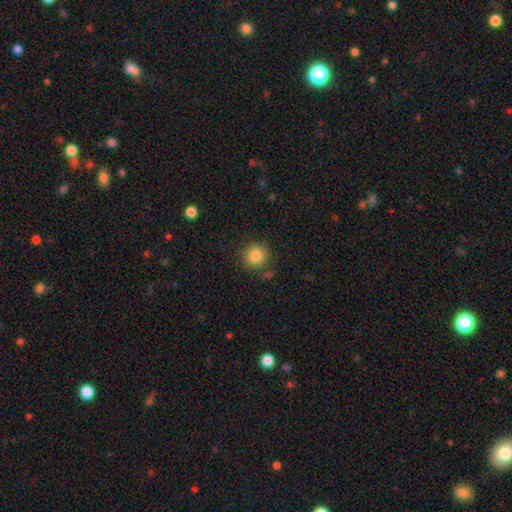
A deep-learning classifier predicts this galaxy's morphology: smooth-or-featured: smooth: 85% | star or artifact: 10% | featured or disk: 5%
  how-rounded: round: 91% | in between: 8% | cigar-shaped: 1%
  merging: none: 84% | minor disturbance: 9% | merger: 4% | major disturbance: 3%